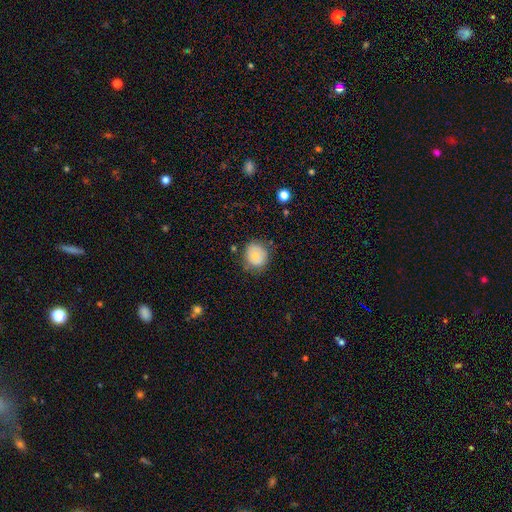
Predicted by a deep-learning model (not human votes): The model was most divided on "smooth or featured": smooth: 72%, featured or disk: 20%, star or artifact: 8%. More confident: how rounded — round (83%); merging — none (75%).